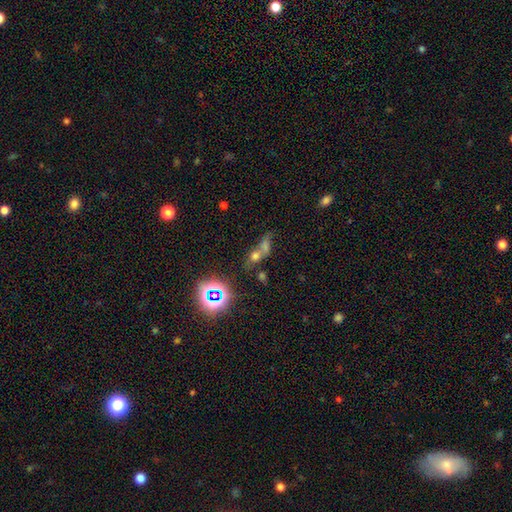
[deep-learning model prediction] A smooth galaxy with no disk features (46%). Merging: merger (54%).